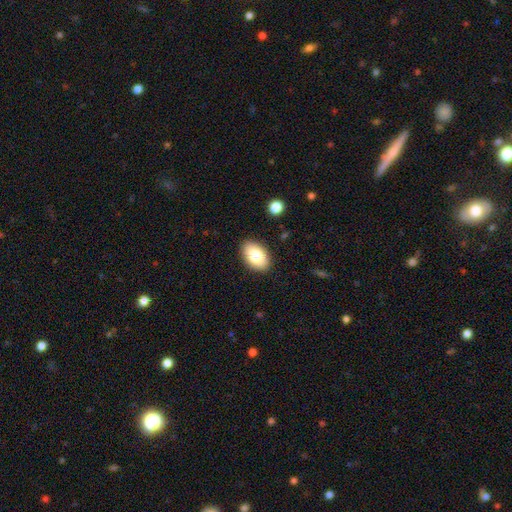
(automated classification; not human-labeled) Smooth or featured? smooth (81%)
How rounded? in between (91%)
Merging? none (88%)